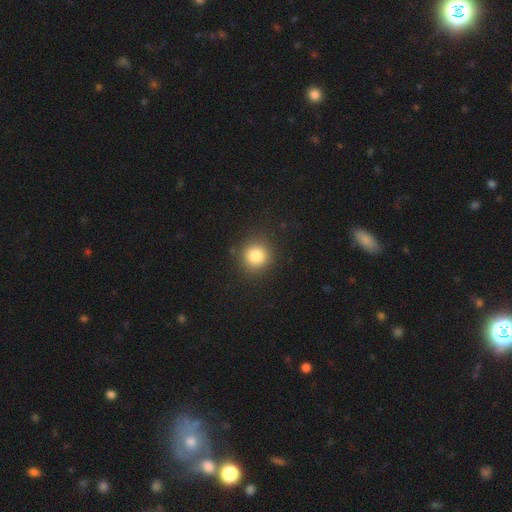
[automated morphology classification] Q: Smooth or featured?
A: smooth (83%); runner-up: star or artifact (11%)
Q: How rounded?
A: round (91%); runner-up: in between (8%)
Q: Merging?
A: none (88%); runner-up: minor disturbance (8%)